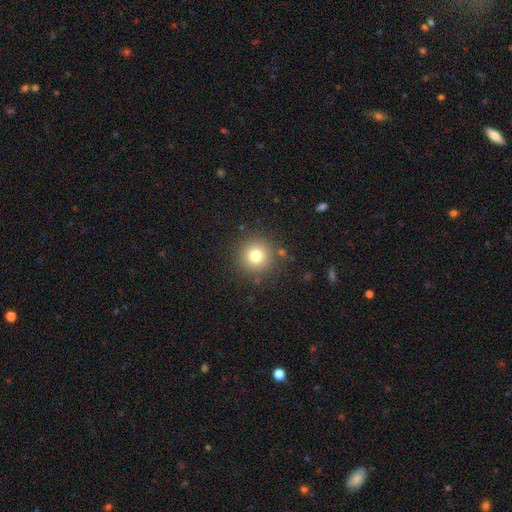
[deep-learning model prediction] A smooth galaxy with no disk features (77%) that is round (95%). Merging: none (87%).